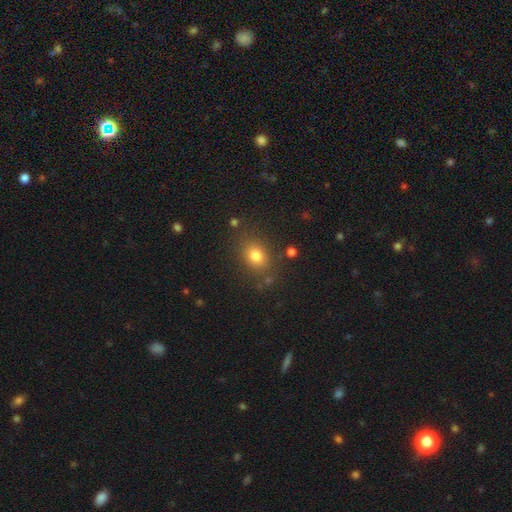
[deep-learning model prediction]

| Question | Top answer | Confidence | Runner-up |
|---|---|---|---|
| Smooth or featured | smooth | 78% | star or artifact (13%) |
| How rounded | in between | 55% | round (43%) |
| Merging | none | 80% | minor disturbance (12%) |